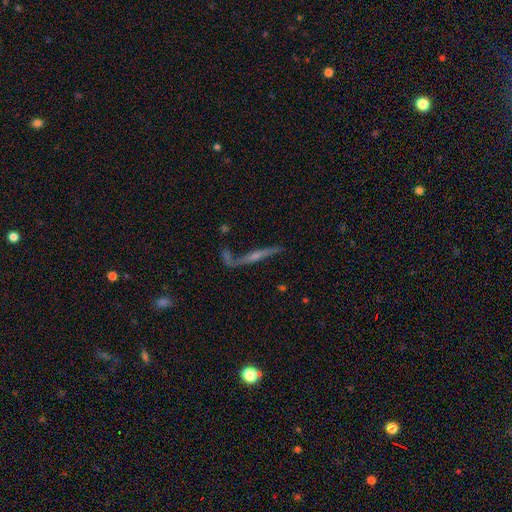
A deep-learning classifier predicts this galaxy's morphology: Smooth or featured? featured or disk (74%)
Edge-on disk? yes (83%)
Edge-on bulge? rounded (70%)
Merging? none (58%)